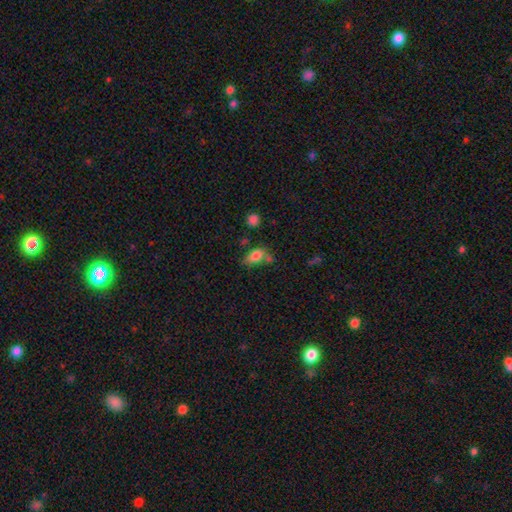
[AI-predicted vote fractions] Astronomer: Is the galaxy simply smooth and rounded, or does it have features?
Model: smooth — 78%.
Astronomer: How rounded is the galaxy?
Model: in between — 84%.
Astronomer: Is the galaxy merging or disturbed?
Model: none — 49% (runner-up: minor disturbance, 25%).